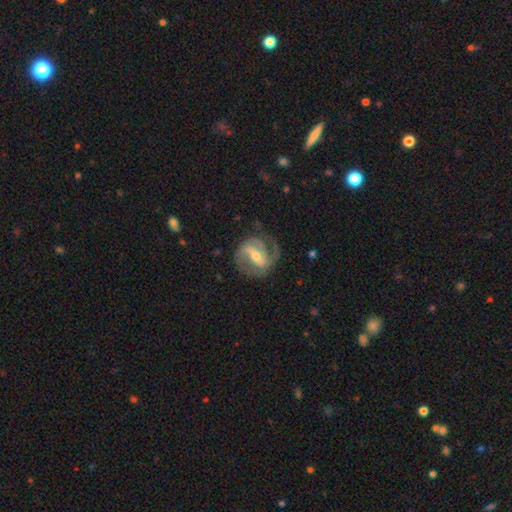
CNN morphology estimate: The model was most divided on "bar": strong: 42%, weak: 41%, no: 18%. More confident: edge-on disk — no (97%); spiral arms — yes (95%); smooth or featured — featured or disk (86%); spiral arm count — 2 (78%); merging — none (69%); bulge size — moderate (56%); spiral winding — medium (50%).